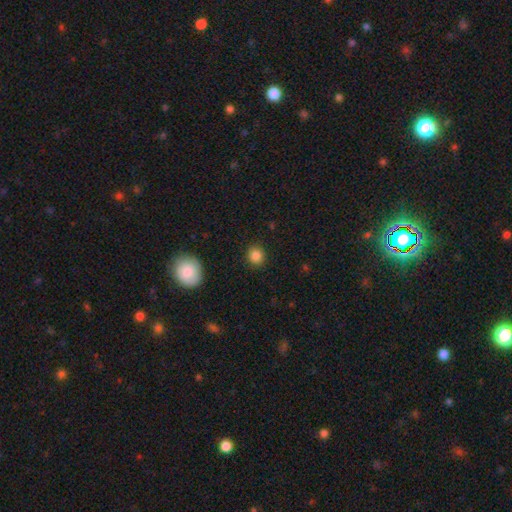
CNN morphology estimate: This appears to be a smooth galaxy with no disk features (86%) that is round (86%). Merging: none (90%).